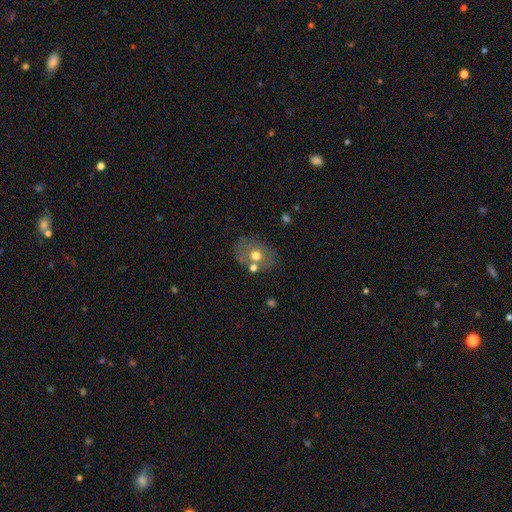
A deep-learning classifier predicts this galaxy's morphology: The model was most divided on "how rounded": in between: 61%, round: 38%, cigar-shaped: 1%. More confident: merging — none (66%); smooth or featured — smooth (59%).